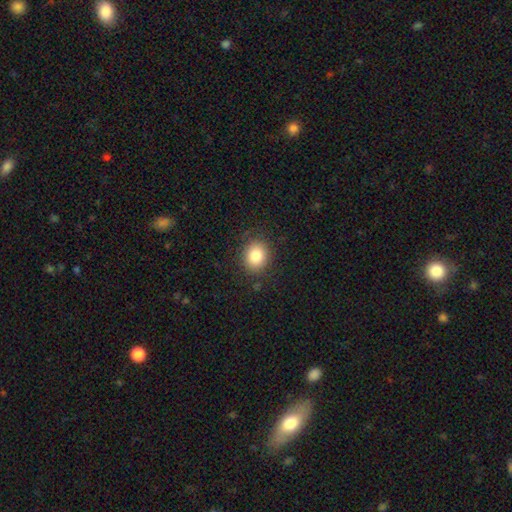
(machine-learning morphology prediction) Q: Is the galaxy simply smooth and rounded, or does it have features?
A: smooth — 83%.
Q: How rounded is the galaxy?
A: round — 64%.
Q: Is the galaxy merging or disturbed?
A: none — 84%.